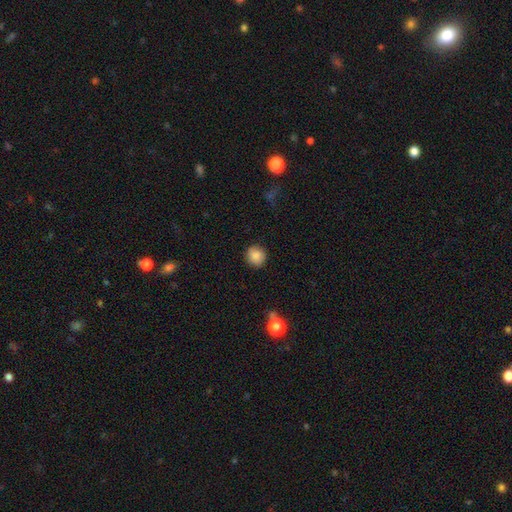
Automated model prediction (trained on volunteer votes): Morphology: type=smooth (86%); roundness=round (88%); merging=none (88%).